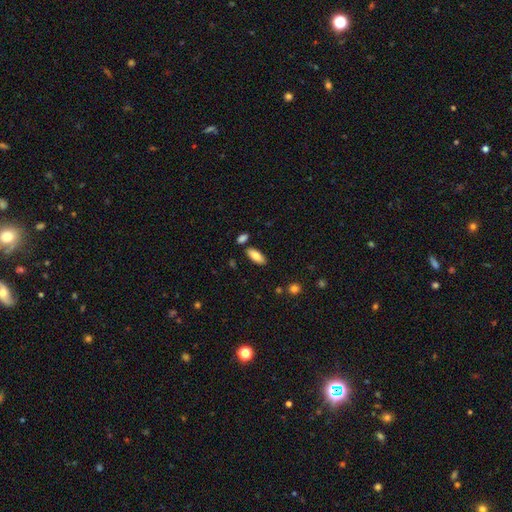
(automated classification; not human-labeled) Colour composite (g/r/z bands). It shows a smooth galaxy with no disk features (82%) that is in between round and cigar-shaped (83%). Merging: none (82%).